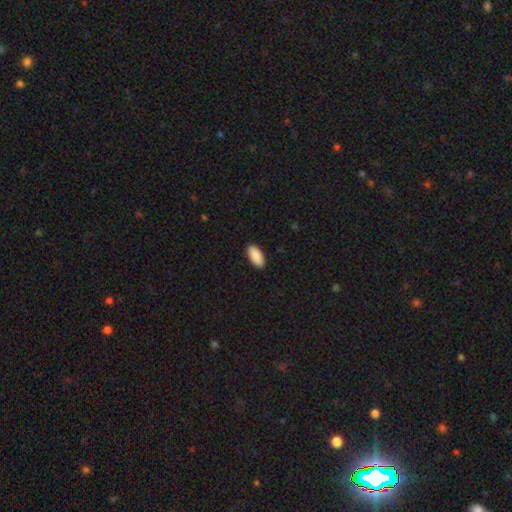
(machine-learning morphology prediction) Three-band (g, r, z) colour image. It shows a smooth galaxy with no disk features (91%) that is in between round and cigar-shaped (93%). Merging: none (90%).